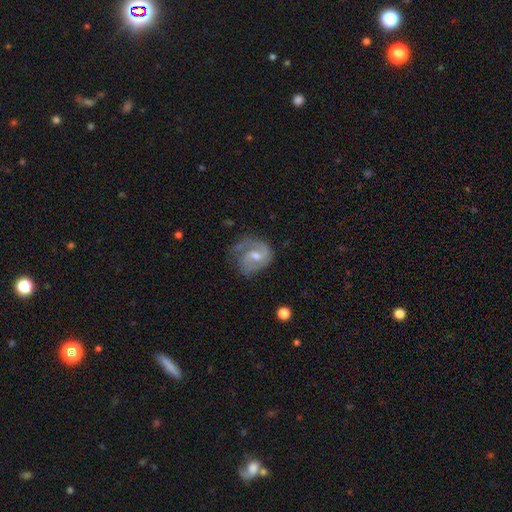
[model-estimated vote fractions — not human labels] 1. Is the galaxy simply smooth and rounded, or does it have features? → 77% featured or disk, 16% smooth, 7% star or artifact.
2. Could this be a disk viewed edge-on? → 97% no, 3% yes.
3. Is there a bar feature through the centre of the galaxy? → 48% weak, 40% no, 12% strong.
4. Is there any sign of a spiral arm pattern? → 91% yes, 9% no.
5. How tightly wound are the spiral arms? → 43% medium, 37% tight, 20% loose.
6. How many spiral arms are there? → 57% 2, 24% 1, 12% can't tell, 5% 3, 1% 4, 1% more than 4.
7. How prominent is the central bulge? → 60% moderate, 34% small, 3% large, 2% none, 1% dominant.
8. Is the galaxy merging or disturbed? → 56% none, 25% minor disturbance, 17% major disturbance, 2% merger.